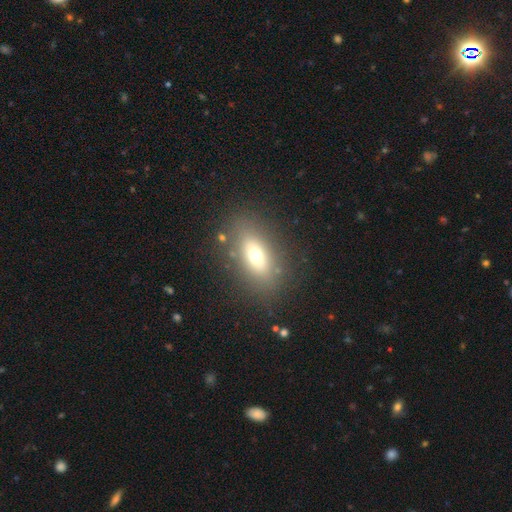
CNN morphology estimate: This is likely a smooth galaxy (65%). How rounded: clearly in between (81%). Merging: clearly none (82%).